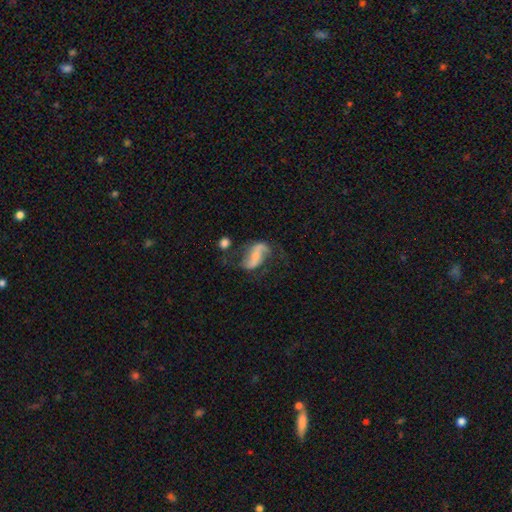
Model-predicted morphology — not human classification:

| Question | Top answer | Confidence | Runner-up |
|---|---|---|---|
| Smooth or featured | featured or disk | 77% | smooth (17%) |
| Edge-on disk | no | 96% | yes (4%) |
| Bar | strong | 37% | weak (33%) |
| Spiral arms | yes | 91% | no (9%) |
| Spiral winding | loose | 71% | medium (22%) |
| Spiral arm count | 2 | 88% | 1 (5%) |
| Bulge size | small | 54% | moderate (29%) |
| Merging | none | 55% | minor disturbance (21%) |